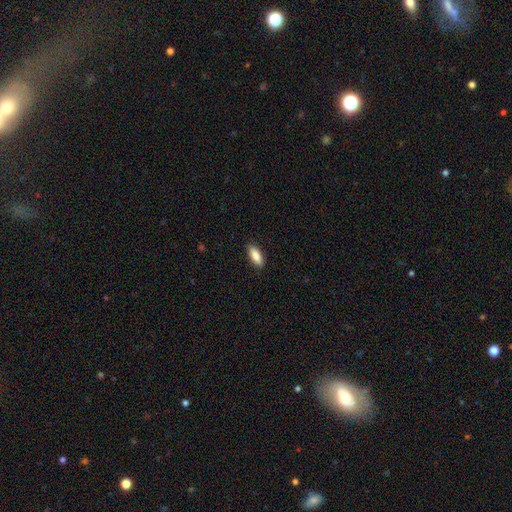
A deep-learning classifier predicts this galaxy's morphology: smooth-or-featured: smooth: 87% | featured or disk: 7% | star or artifact: 6%
  how-rounded: in between: 74% | cigar-shaped: 24% | round: 2%
  merging: none: 89% | minor disturbance: 8% | major disturbance: 2% | merger: 1%